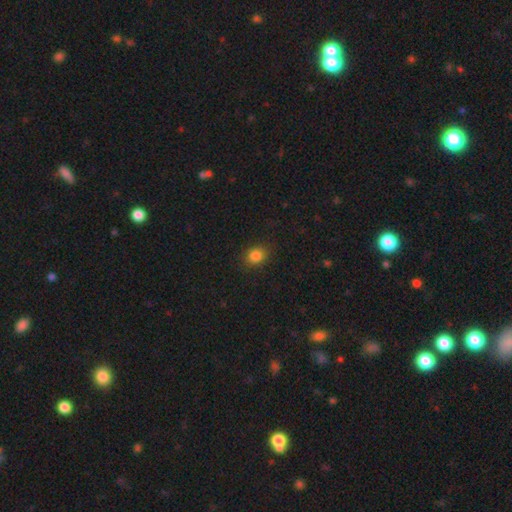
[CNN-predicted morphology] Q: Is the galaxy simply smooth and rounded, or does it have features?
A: smooth — 83%.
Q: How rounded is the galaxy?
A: round — 56%.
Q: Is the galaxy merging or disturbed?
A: none — 87%.